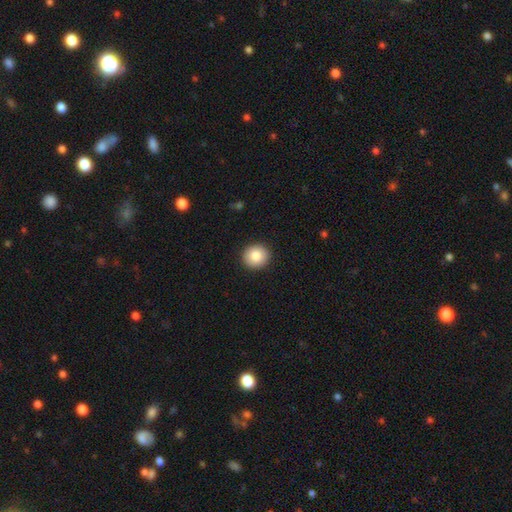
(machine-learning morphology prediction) type=smooth (85%); roundness=round (87%); merging=none (92%).